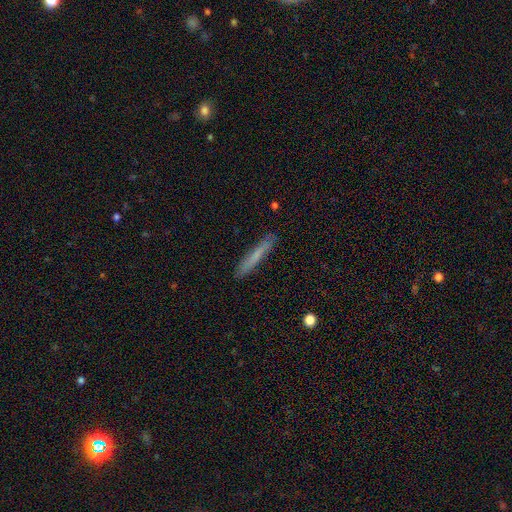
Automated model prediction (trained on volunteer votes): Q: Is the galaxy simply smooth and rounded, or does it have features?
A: smooth — 67%.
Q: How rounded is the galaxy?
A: cigar-shaped — 95%.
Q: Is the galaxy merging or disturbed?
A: none — 87%.